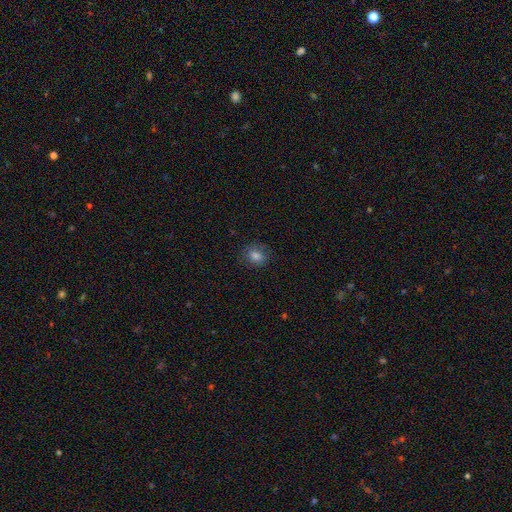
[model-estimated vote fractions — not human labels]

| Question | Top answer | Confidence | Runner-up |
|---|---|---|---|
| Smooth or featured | smooth | 80% | star or artifact (13%) |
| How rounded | round | 59% | in between (40%) |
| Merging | none | 83% | minor disturbance (13%) |